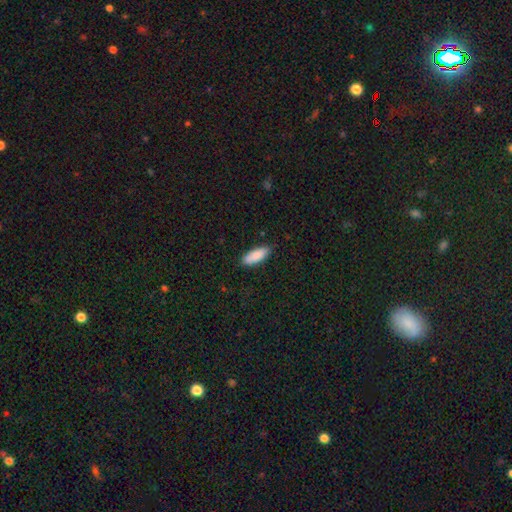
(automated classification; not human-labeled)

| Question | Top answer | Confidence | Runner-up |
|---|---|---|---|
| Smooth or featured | smooth | 87% | featured or disk (7%) |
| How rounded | in between | 70% | cigar-shaped (28%) |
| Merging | none | 84% | minor disturbance (13%) |